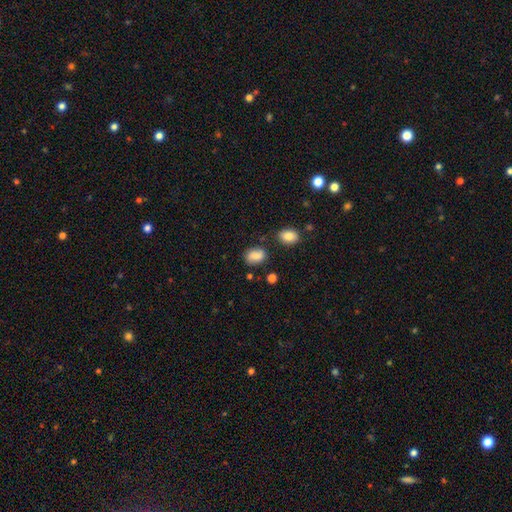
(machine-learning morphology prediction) Q: Smooth or featured?
A: smooth (80%); runner-up: star or artifact (10%)
Q: How rounded?
A: in between (78%); runner-up: round (21%)
Q: Merging?
A: none (68%); runner-up: minor disturbance (21%)